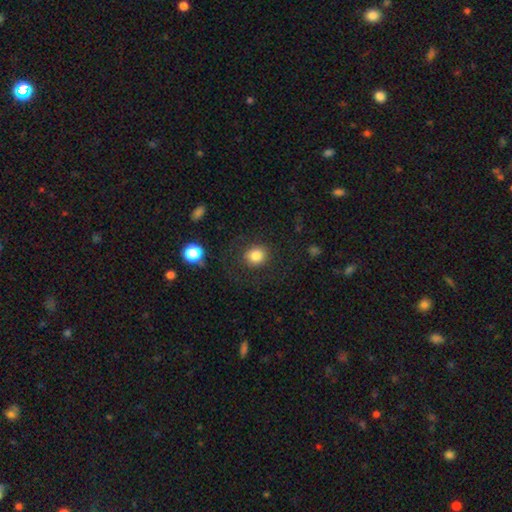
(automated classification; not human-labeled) Smooth or featured? smooth (82%)
How rounded? round (77%)
Merging? none (81%)